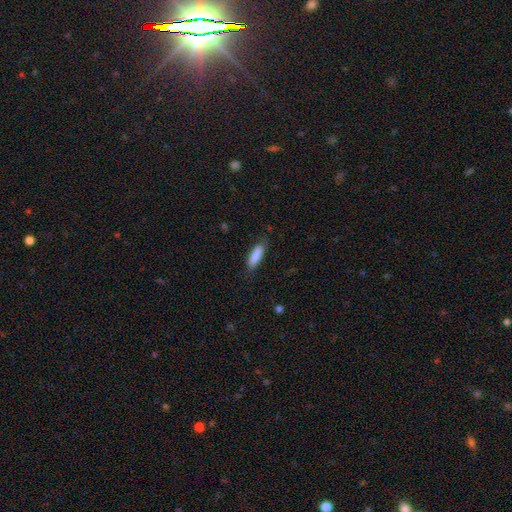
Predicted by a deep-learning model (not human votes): Overall: smooth (86%). How rounded: in between (53%; cigar-shaped 46%). Merging: none (79%).